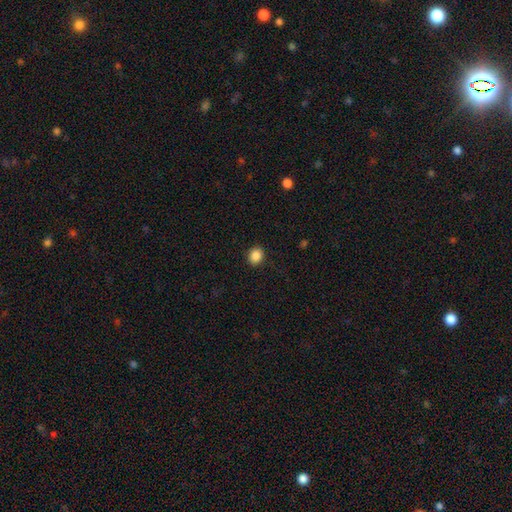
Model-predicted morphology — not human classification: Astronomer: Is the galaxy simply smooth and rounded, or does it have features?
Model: smooth — 88%.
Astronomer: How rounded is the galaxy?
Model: round — 60% (runner-up: in between, 39%).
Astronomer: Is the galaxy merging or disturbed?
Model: none — 90%.